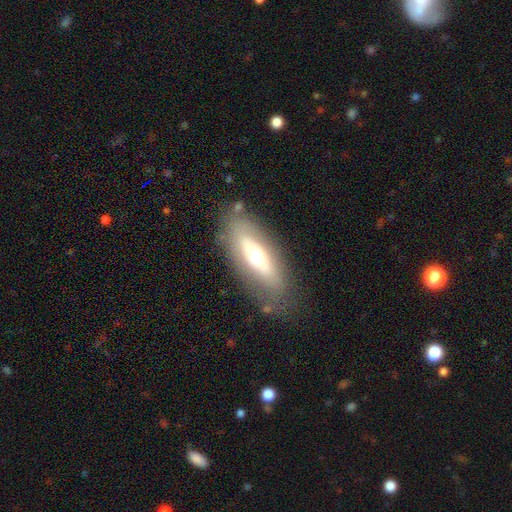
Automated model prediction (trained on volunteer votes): A smooth galaxy with no disk features (47%). Merging: none (76%).